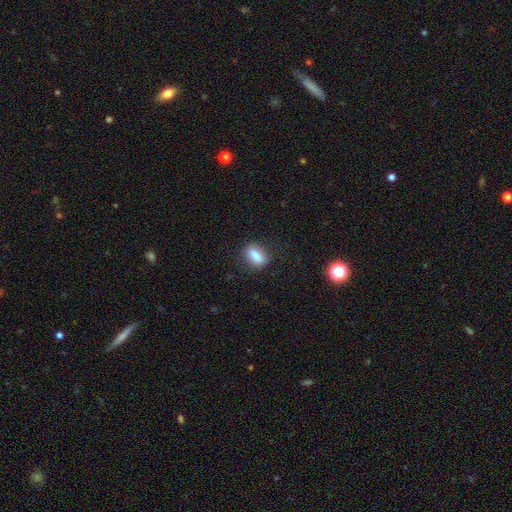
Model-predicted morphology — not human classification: Smooth or featured?
  - smooth: 80% *
  - featured or disk: 11%
  - star or artifact: 9%
How rounded?
  - in between: 68% *
  - cigar-shaped: 20%
  - round: 12%
Merging?
  - none: 83% *
  - minor disturbance: 12%
  - major disturbance: 4%
  - merger: 2%